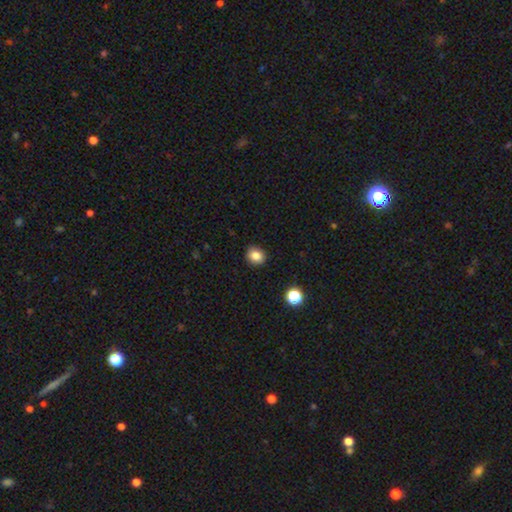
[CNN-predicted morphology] A smooth galaxy with no disk features (83%) that is round (70%).

Vote fractions:
- Smooth or featured? smooth: 83% / star or artifact: 11% / featured or disk: 6%
- How rounded? round: 70% / in between: 30% / cigar-shaped: 1%
- Merging? none: 89% / minor disturbance: 8% / major disturbance: 2% / merger: 1%